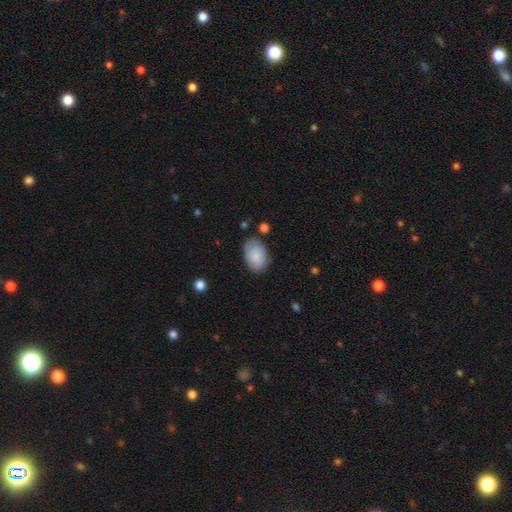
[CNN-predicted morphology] smooth_or_featured: smooth (p=0.84) [alt: featured or disk p=0.10]
how_rounded: in between (p=0.89) [alt: round p=0.10]
merging: none (p=0.78) [alt: minor disturbance p=0.16]